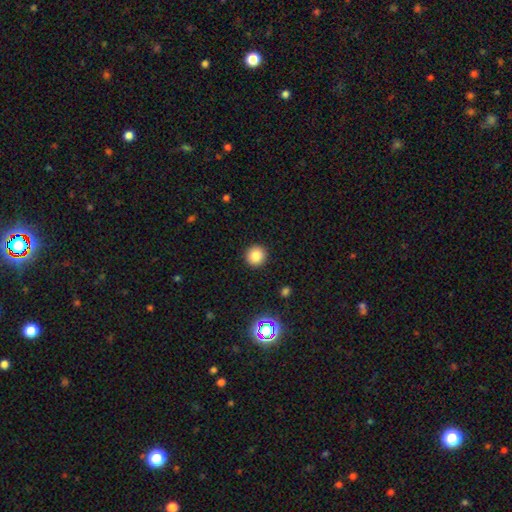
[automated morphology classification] Overall: smooth (83%). How rounded: round (94%). Merging: none (92%).